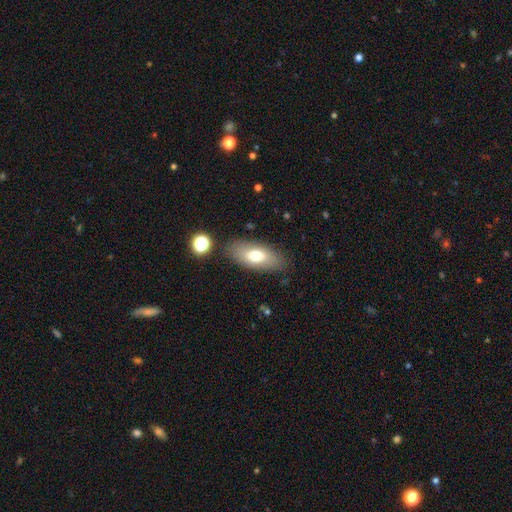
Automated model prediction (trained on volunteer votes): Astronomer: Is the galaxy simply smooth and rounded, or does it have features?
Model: smooth — 70%.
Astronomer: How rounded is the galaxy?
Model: in between — 84%.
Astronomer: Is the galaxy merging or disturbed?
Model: none — 82%.